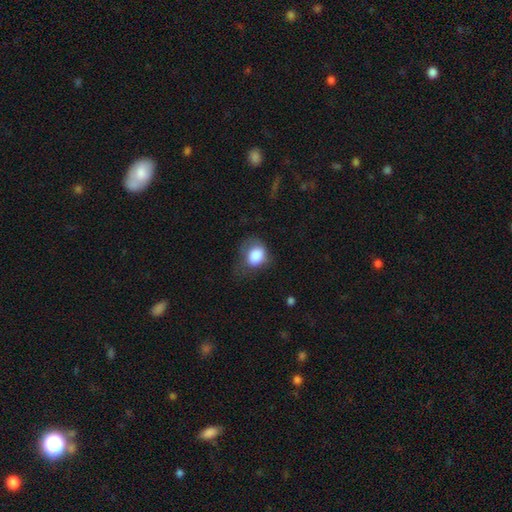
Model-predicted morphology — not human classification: type=smooth (82%); roundness=in between (51%); merging=none (39%).